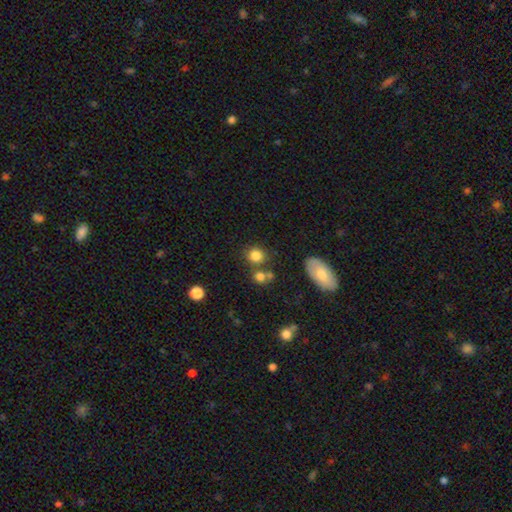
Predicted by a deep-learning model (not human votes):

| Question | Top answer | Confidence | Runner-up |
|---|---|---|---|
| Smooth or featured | smooth | 82% | star or artifact (12%) |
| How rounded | round | 82% | in between (16%) |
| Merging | none | 68% | merger (16%) |